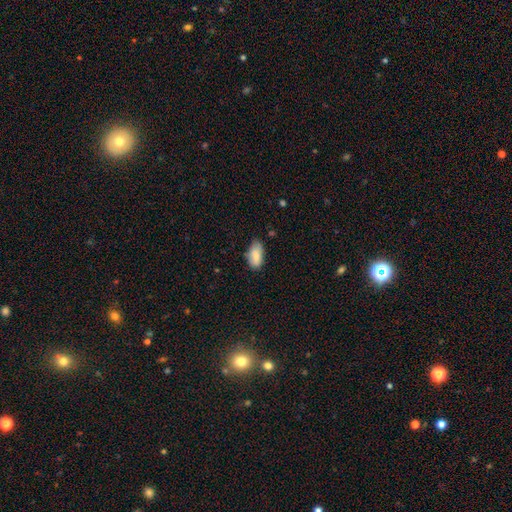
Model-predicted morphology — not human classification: Overall: smooth (85%). How rounded: in between (93%). Merging: none (73%).